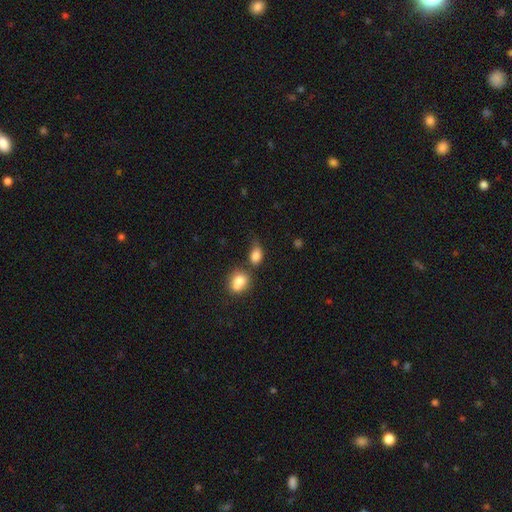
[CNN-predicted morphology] Smooth or featured?
  - smooth: 82% *
  - star or artifact: 10%
  - featured or disk: 7%
How rounded?
  - in between: 74% *
  - round: 24%
  - cigar-shaped: 2%
Merging?
  - none: 43% *
  - merger: 24%
  - minor disturbance: 23%
  - major disturbance: 9%